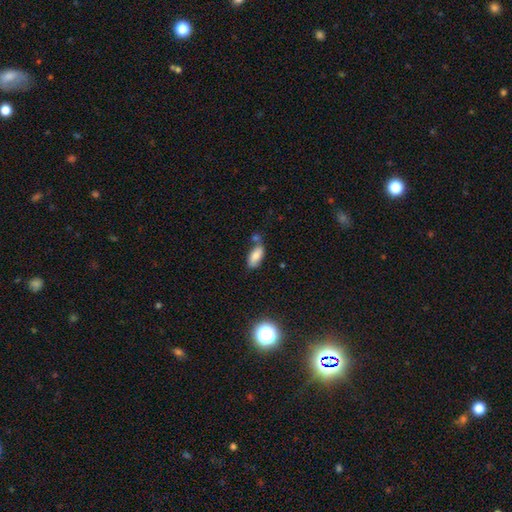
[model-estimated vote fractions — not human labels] A smooth galaxy with no disk features (77%) that is in between round and cigar-shaped (88%).

Vote fractions:
- Smooth or featured? smooth: 77% / featured or disk: 13% / star or artifact: 10%
- How rounded? in between: 88% / cigar-shaped: 9% / round: 3%
- Merging? none: 58% / minor disturbance: 20% / merger: 17% / major disturbance: 5%